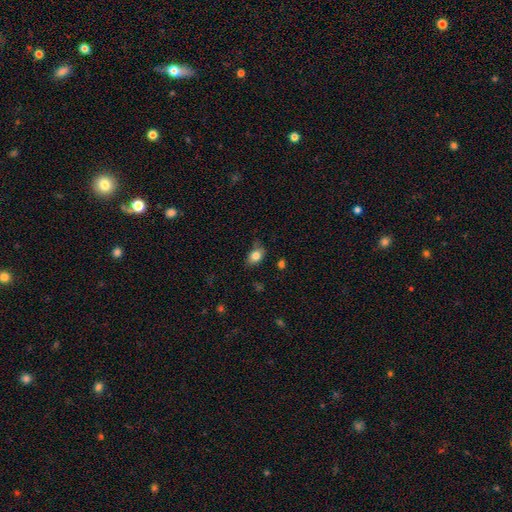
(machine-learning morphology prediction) Smooth or featured?
  - smooth: 81% *
  - featured or disk: 10%
  - star or artifact: 9%
How rounded?
  - in between: 81% *
  - round: 17%
  - cigar-shaped: 2%
Merging?
  - none: 66% *
  - minor disturbance: 26%
  - major disturbance: 6%
  - merger: 3%